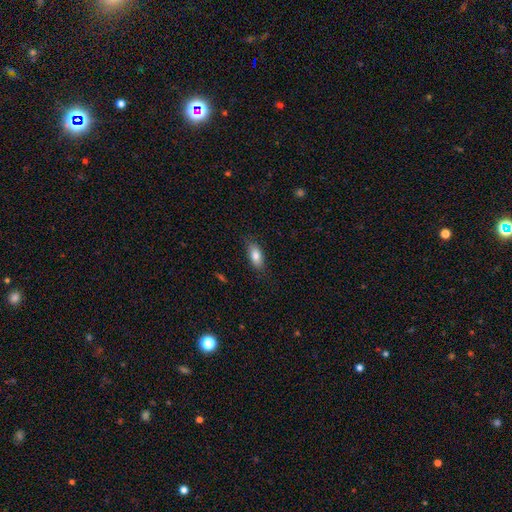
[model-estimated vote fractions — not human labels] This appears to be a smooth galaxy with no disk features (82%) that is in between round and cigar-shaped (84%). Merging: none (81%).